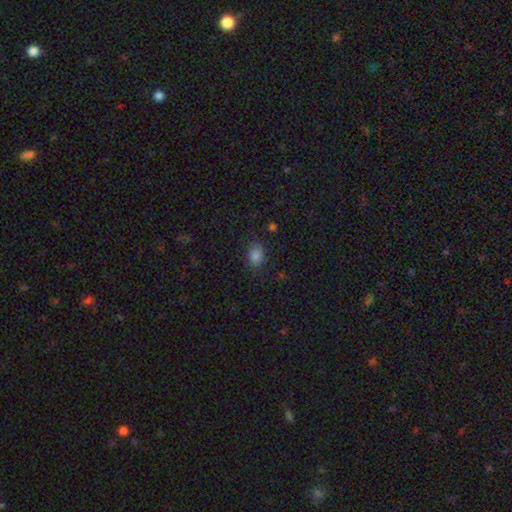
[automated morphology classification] Overall: smooth (83%). How rounded: in between (66%; round 33%). Merging: none (81%).